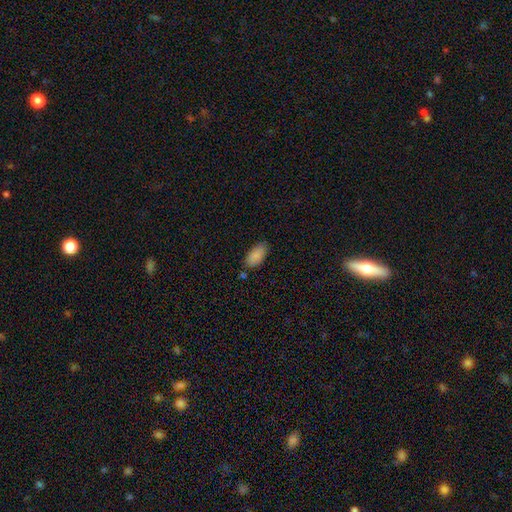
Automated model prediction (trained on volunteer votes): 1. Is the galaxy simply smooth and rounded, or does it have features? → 88% smooth, 7% star or artifact, 5% featured or disk.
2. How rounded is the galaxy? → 93% in between, 5% cigar-shaped, 2% round.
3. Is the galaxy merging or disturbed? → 76% none, 16% minor disturbance, 4% merger, 3% major disturbance.